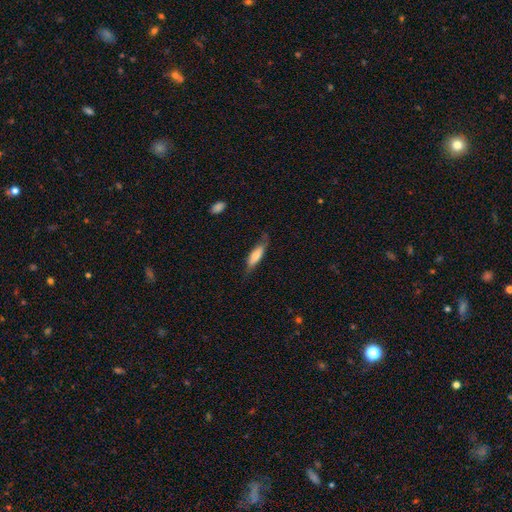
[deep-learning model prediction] smooth-or-featured: smooth: 61% | featured or disk: 33% | star or artifact: 6%
  how-rounded: cigar-shaped: 59% | in between: 39% | round: 2%
  merging: none: 70% | minor disturbance: 22% | major disturbance: 6% | merger: 1%